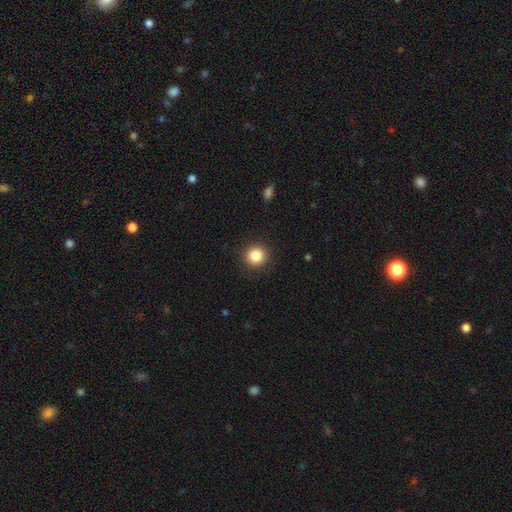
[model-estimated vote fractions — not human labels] This is clearly a smooth galaxy (85%). How rounded: clearly round (94%). Merging: clearly none (92%).